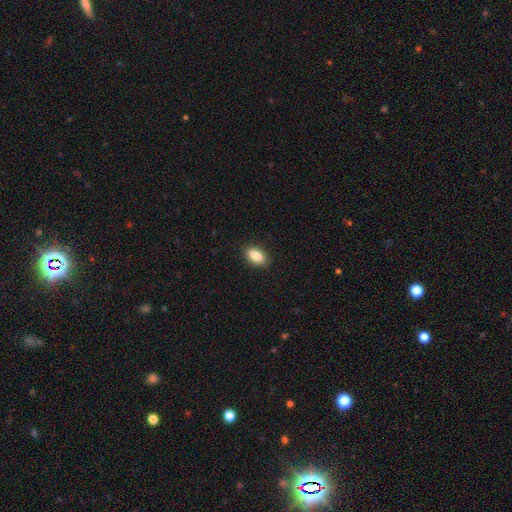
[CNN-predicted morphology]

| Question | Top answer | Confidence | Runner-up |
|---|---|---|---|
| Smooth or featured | smooth | 87% | star or artifact (8%) |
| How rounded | in between | 91% | round (6%) |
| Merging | none | 89% | minor disturbance (8%) |